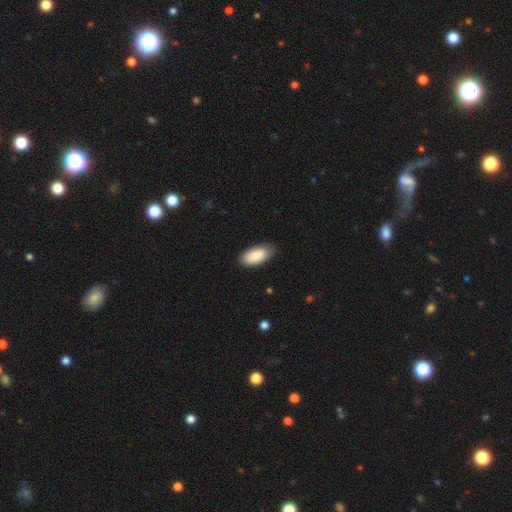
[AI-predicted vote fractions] Q: Smooth or featured?
A: smooth (87%); runner-up: featured or disk (7%)
Q: How rounded?
A: in between (94%); runner-up: cigar-shaped (4%)
Q: Merging?
A: none (82%); runner-up: minor disturbance (15%)